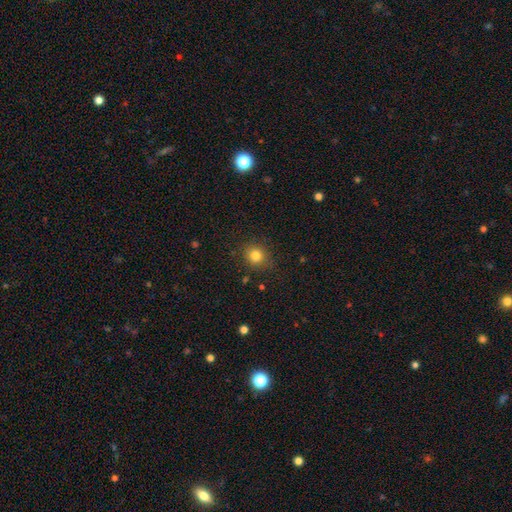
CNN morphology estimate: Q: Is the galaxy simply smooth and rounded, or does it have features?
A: smooth — 81%.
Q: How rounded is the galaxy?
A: round — 81%.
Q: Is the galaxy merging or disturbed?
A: none — 85%.